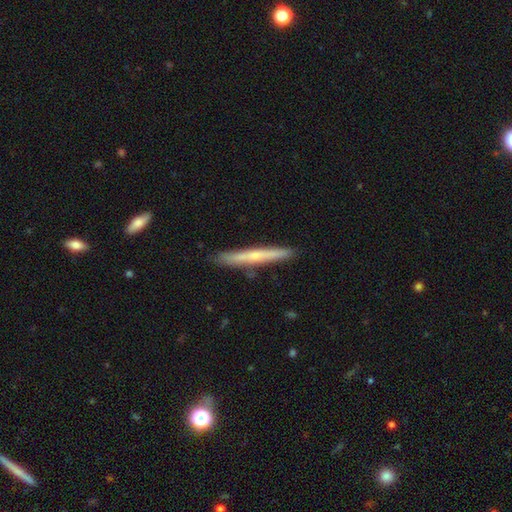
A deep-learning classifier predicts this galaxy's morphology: This is possibly a featured or disk galaxy (52%). It is clearly viewed edge-on (95%). Merging: clearly none (88%).